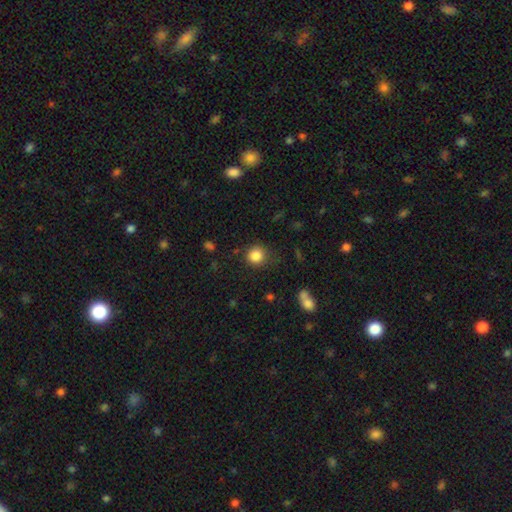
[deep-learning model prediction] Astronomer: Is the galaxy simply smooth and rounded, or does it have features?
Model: smooth — 85%.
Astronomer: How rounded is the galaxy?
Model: round — 89%.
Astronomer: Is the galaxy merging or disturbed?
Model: none — 81%.